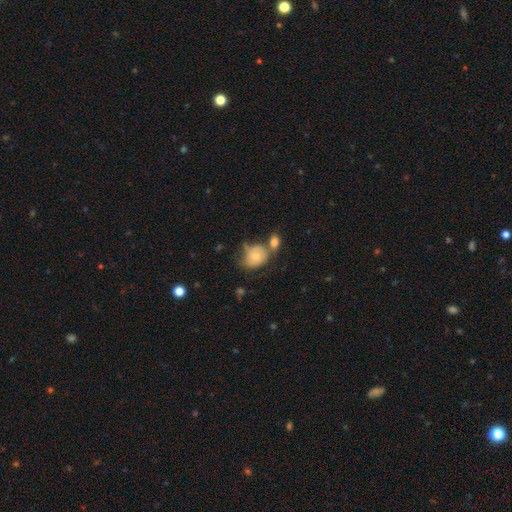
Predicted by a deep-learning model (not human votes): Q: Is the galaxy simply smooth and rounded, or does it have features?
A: smooth — 65%.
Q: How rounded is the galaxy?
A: round — 54%.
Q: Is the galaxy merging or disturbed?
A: merger — 35%.